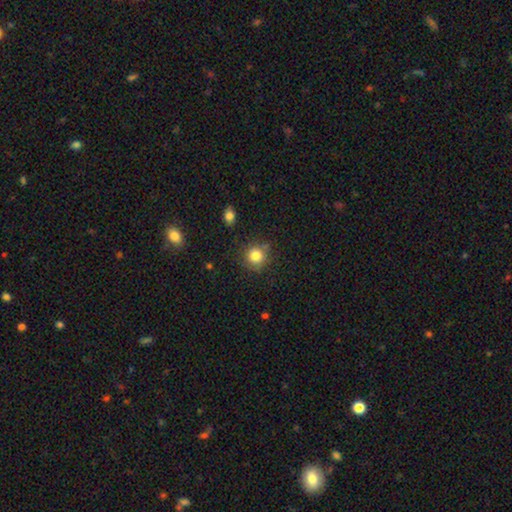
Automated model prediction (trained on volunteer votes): Overall: smooth (83%). How rounded: round (91%). Merging: none (79%).